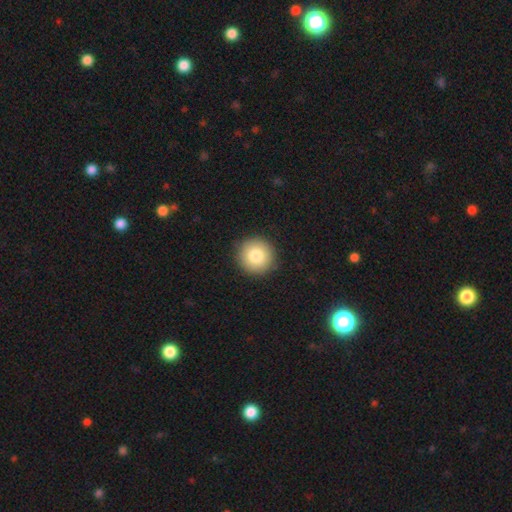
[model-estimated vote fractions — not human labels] Smooth or featured? smooth (81%)
How rounded? round (95%)
Merging? none (92%)